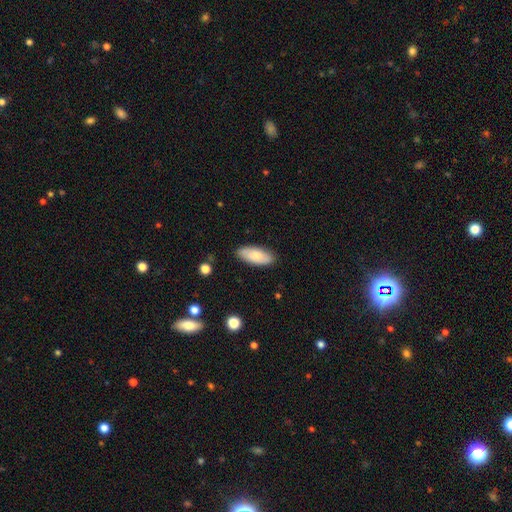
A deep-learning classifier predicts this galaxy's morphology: smooth_or_featured: smooth (p=0.78) [alt: featured or disk p=0.16]
how_rounded: in between (p=0.85) [alt: cigar-shaped p=0.14]
merging: none (p=0.86) [alt: minor disturbance p=0.11]